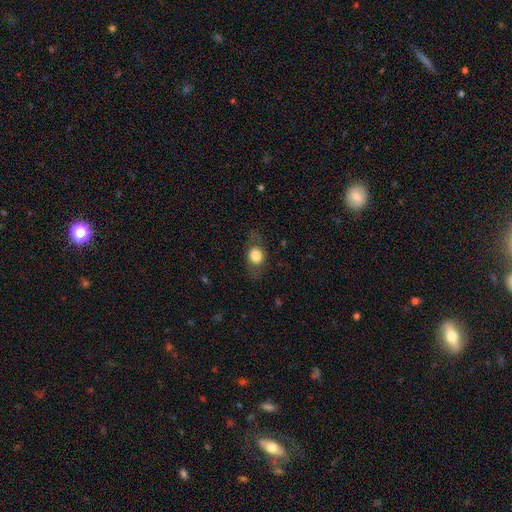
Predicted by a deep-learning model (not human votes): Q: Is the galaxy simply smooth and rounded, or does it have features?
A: smooth — 73%.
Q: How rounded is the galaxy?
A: round — 49%, tied with in between.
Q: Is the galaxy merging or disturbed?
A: none — 75%.